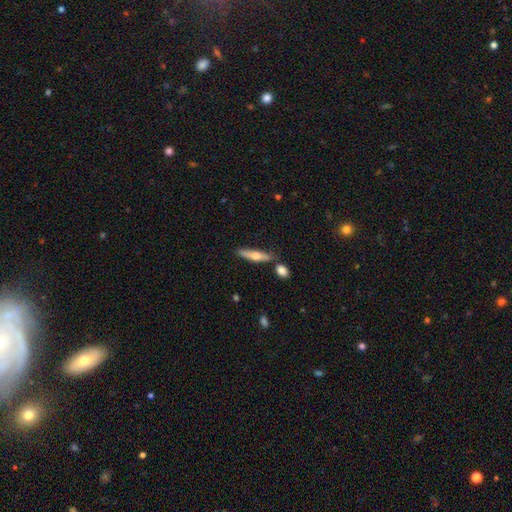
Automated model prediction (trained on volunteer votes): A smooth galaxy with no disk features (52%) that is cigar-shaped (79%).

Vote fractions:
- Smooth or featured? smooth: 52% / featured or disk: 42% / star or artifact: 6%
- How rounded? cigar-shaped: 79% / in between: 19% / round: 2%
- Merging? none: 72% / minor disturbance: 14% / merger: 11% / major disturbance: 3%